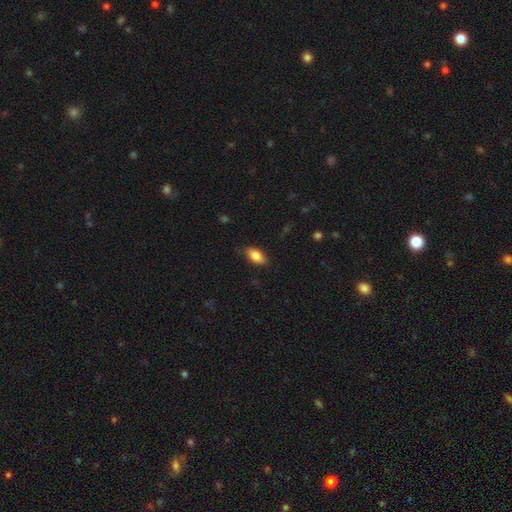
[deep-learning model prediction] Smooth or featured? Predicted: smooth (p=0.83). How rounded? Predicted: in between (p=0.90). Merging? Predicted: none (p=0.83).